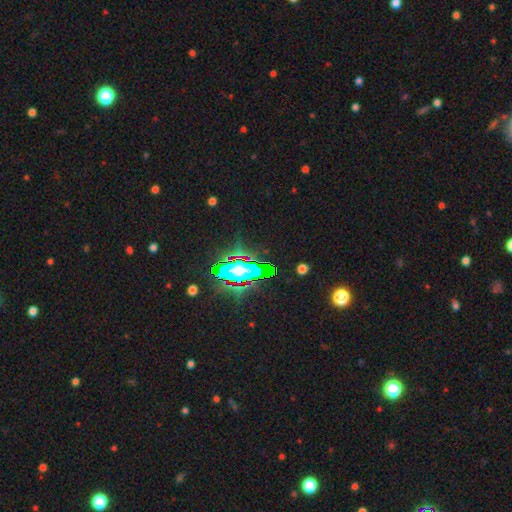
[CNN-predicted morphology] smooth_or_featured: star or artifact (p=0.81) [alt: smooth p=0.10]